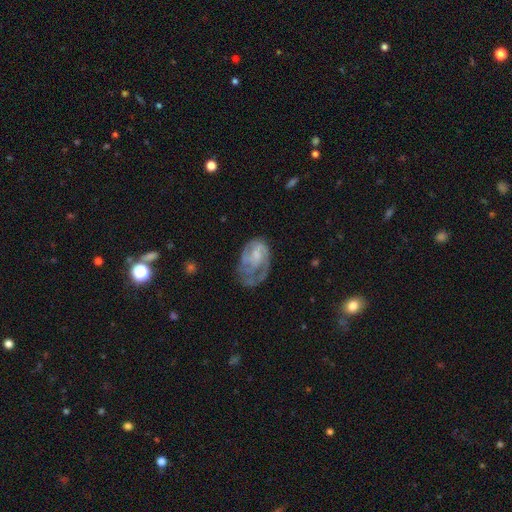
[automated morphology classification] featured or disk 69%, smooth 24%, star or artifact 7%. Down the decision tree: edge-on disk — no (97%); bar — no (56%); spiral arms — yes (81%); spiral arm count — 2 (33%); spiral winding — tight (40%, tied with medium); bulge size — small (43%); merging — none (35%).